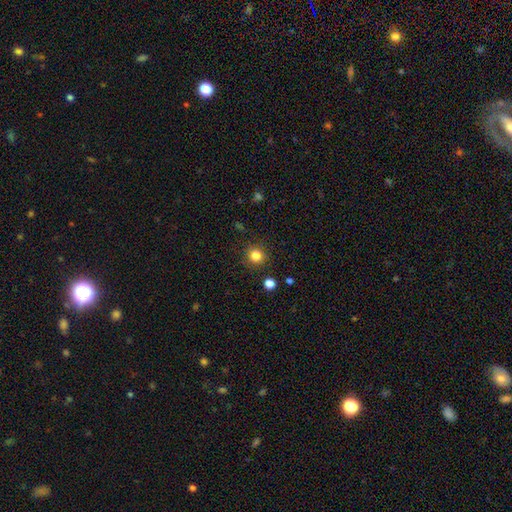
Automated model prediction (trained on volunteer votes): This appears to be a smooth galaxy with no disk features (82%) that is round (93%). Merging: none (89%).